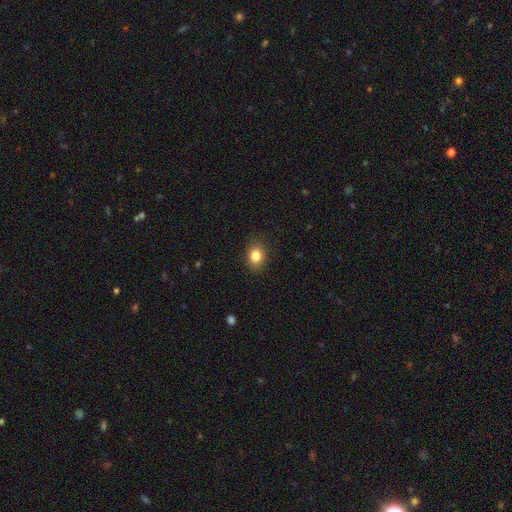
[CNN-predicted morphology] Smooth or featured: smooth — 83% (star or artifact — 10%)
How rounded: in between — 53% (round — 46%)
Merging: none — 86% (minor disturbance — 10%)